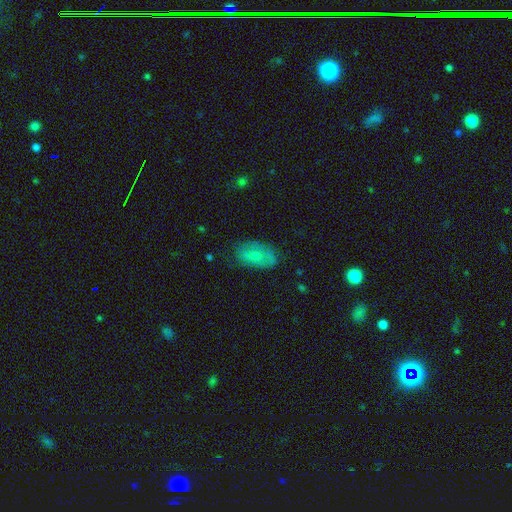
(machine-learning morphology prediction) Smooth or featured? smooth (64%)
How rounded? in between (91%)
Merging? none (71%)